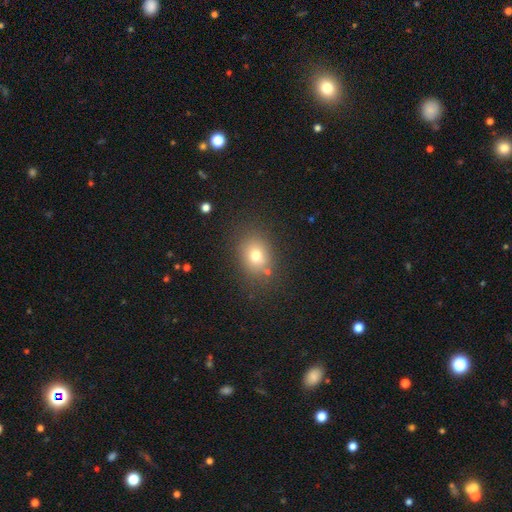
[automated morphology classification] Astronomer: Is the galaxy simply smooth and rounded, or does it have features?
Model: smooth — 74%.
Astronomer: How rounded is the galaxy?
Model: round — 53% (runner-up: in between, 46%).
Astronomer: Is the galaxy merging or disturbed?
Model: none — 79%.